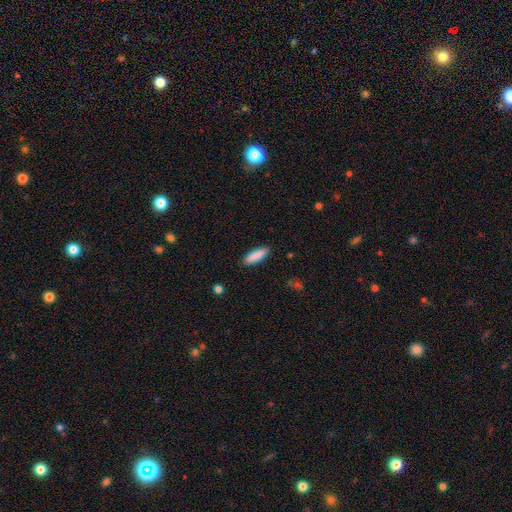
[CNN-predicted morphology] type=smooth (89%); roundness=in between (51%); merging=none (89%).